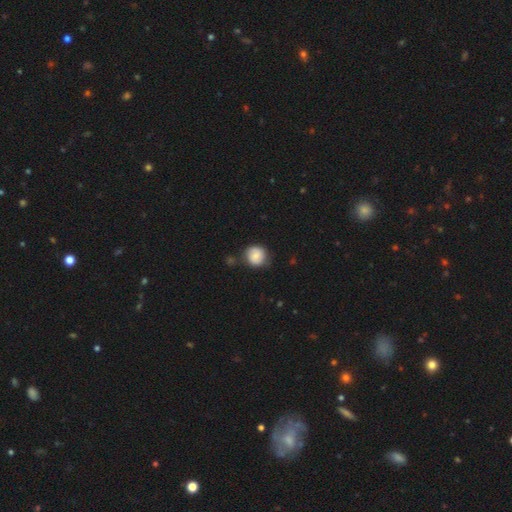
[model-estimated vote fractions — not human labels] Morphology: type=smooth (74%); roundness=round (87%); merging=none (71%).